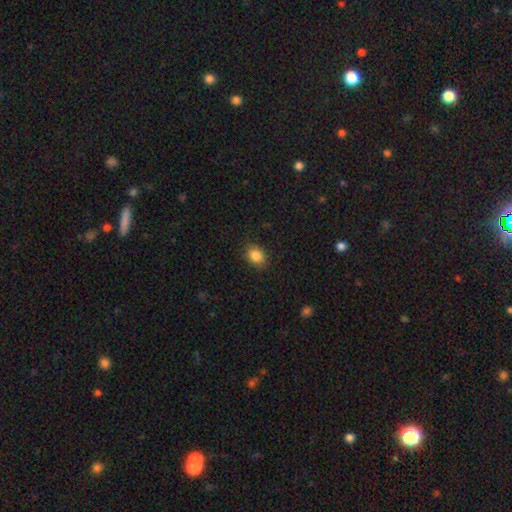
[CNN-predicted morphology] A smooth galaxy with no disk features (87%) that is in between round and cigar-shaped (60%). Merging: none (87%).